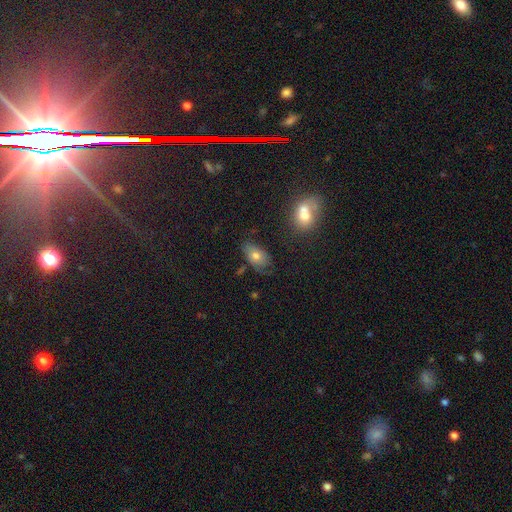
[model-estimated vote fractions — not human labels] smooth 64%, featured or disk 26%, star or artifact 10%. Down the decision tree: how rounded — in between (89%); merging — none (57%).